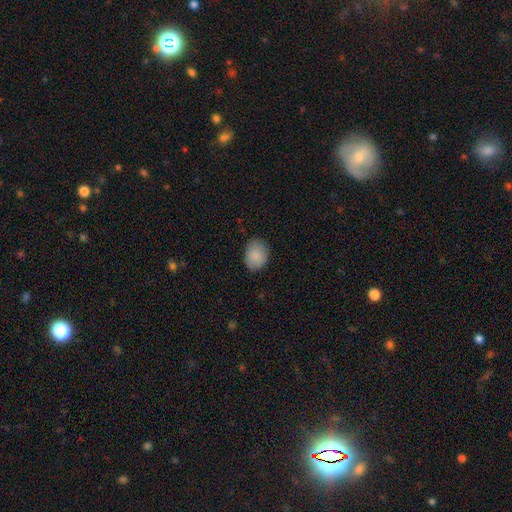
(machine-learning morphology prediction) Smooth or featured: smooth — 88% (star or artifact — 7%)
How rounded: in between — 64% (round — 35%)
Merging: none — 84% (minor disturbance — 13%)